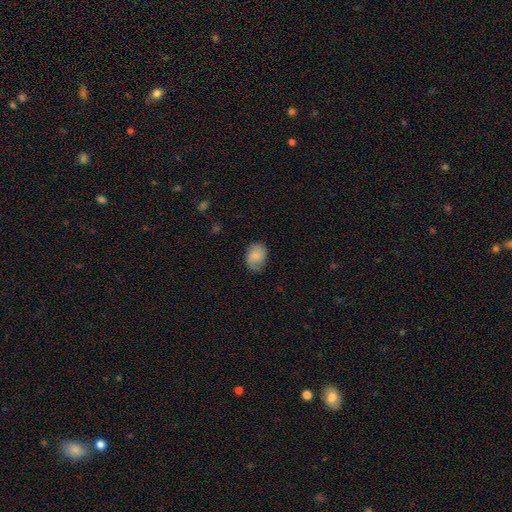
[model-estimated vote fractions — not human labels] Smooth or featured: smooth — 75% (featured or disk — 18%)
How rounded: in between — 64% (round — 35%)
Merging: none — 69% (minor disturbance — 24%)